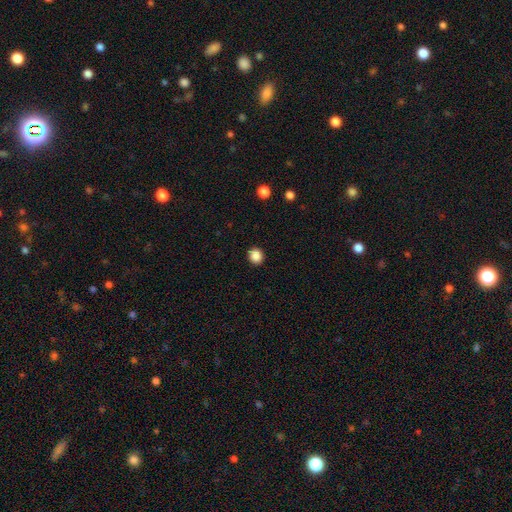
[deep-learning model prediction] smooth-or-featured: smooth: 87% | star or artifact: 10% | featured or disk: 3%
  how-rounded: round: 86% | in between: 13% | cigar-shaped: 1%
  merging: none: 92% | minor disturbance: 5% | major disturbance: 2% | merger: 1%